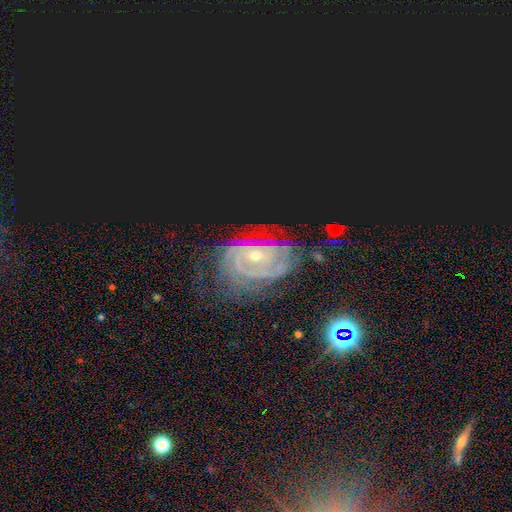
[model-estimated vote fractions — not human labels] smooth_or_featured: featured or disk (p=0.84) [alt: star or artifact p=0.10]
disk_edge_on: no (p=0.96) [alt: yes p=0.04]
bar: no (p=0.73) [alt: weak p=0.20]
has_spiral_arms: yes (p=0.95) [alt: no p=0.05]
spiral_winding: tight (p=0.71) [alt: medium p=0.24]
spiral_arm_count: can't tell (p=0.33) [alt: 2 p=0.26]
bulge_size: small (p=0.60) [alt: moderate p=0.36]
merging: none (p=0.62) [alt: minor disturbance p=0.21]